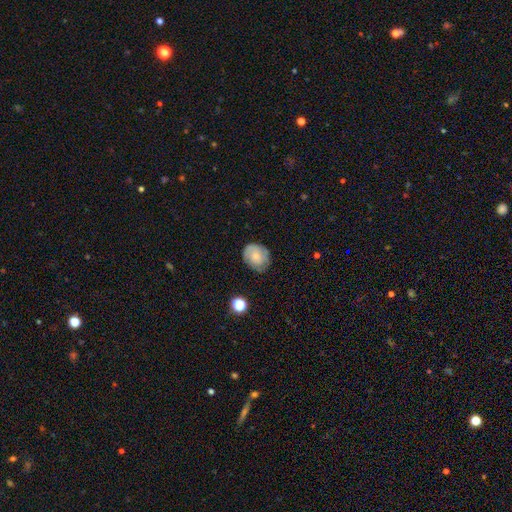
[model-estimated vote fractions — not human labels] Smooth or featured? Predicted: smooth (p=0.59). How rounded? Predicted: round (p=0.59). Merging? Predicted: none (p=0.71).